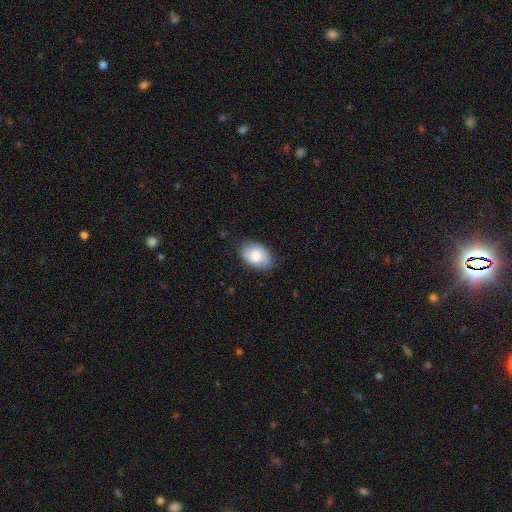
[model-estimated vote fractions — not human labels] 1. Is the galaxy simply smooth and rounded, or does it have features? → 69% smooth, 24% featured or disk, 7% star or artifact.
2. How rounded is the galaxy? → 88% in between, 11% round, 1% cigar-shaped.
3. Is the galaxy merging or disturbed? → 79% none, 17% minor disturbance, 3% major disturbance, 1% merger.